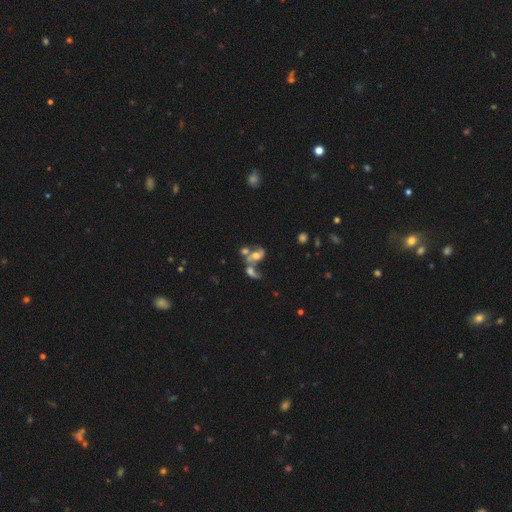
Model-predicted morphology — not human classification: A featured or disk galaxy (55%) with no bar (68%), spiral arms (63%) and a moderate central bulge (52%).

Vote fractions:
- Smooth or featured? featured or disk: 55% / smooth: 32% / star or artifact: 13%
- Edge-on disk? no: 95% / yes: 5%
- Bar? no: 68% / weak: 24% / strong: 8%
- Spiral arms? yes: 63% / no: 37%
- Bulge size? moderate: 52% / small: 19% / large: 16% / none: 9% / dominant: 3%
- Merging? merger: 60% / none: 18% / major disturbance: 13% / minor disturbance: 9%